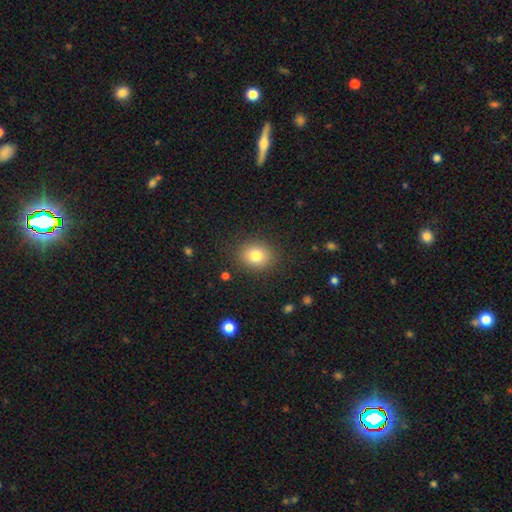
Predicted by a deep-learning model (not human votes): Morphology: type=smooth (81%); roundness=round (60%); merging=none (87%).